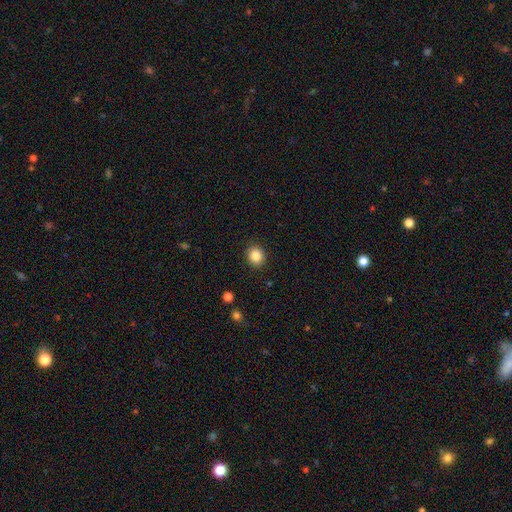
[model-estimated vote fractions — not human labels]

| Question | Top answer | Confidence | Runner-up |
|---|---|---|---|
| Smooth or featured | smooth | 86% | star or artifact (10%) |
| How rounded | round | 78% | in between (22%) |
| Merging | none | 91% | minor disturbance (6%) |